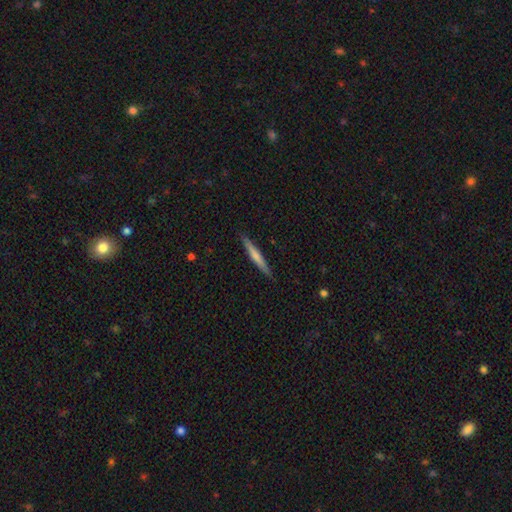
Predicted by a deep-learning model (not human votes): The model was most divided on "smooth or featured": smooth: 61%, featured or disk: 33%, star or artifact: 5%. More confident: how rounded — cigar-shaped (95%); merging — none (89%).